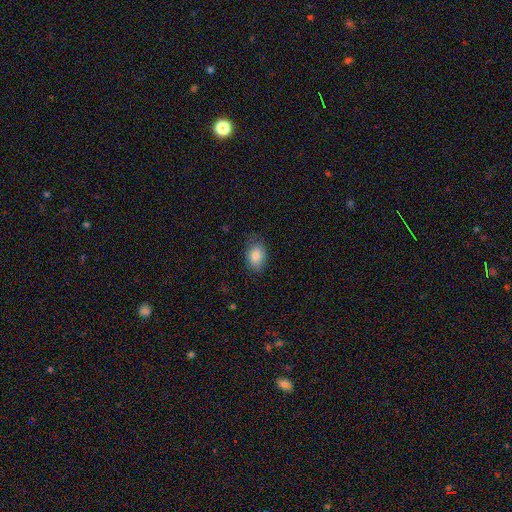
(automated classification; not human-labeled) smooth 84%, star or artifact 8%, featured or disk 8%. Down the decision tree: how rounded — in between (79%); merging — none (77%).